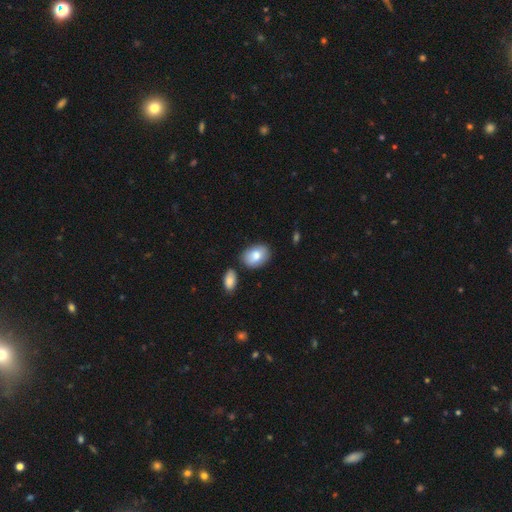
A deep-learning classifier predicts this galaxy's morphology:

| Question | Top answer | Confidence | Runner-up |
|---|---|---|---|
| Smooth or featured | smooth | 81% | featured or disk (13%) |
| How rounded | in between | 84% | round (15%) |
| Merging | none | 73% | minor disturbance (16%) |